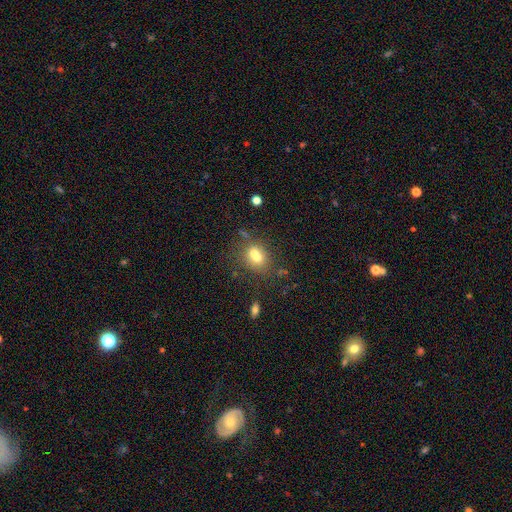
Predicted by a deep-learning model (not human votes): smooth_or_featured: smooth (p=0.66) [alt: featured or disk p=0.20]
how_rounded: in between (p=0.52) [alt: round p=0.46]
merging: merger (p=0.45) [alt: none p=0.38]